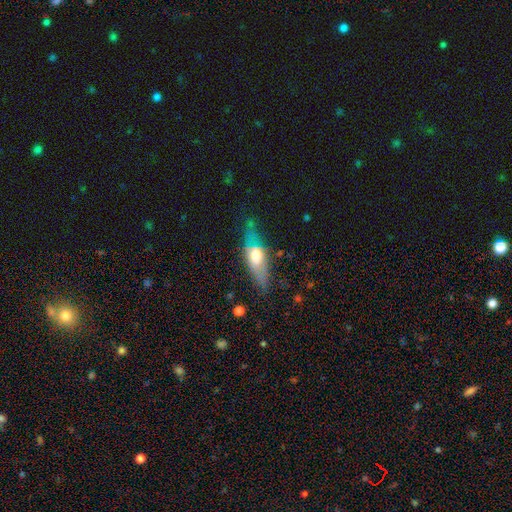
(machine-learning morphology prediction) Smooth or featured? smooth (49%)
Merging? none (68%)